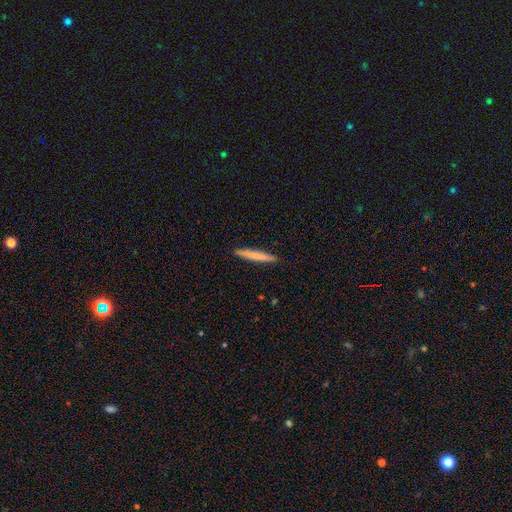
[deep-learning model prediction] Morphology: type=smooth (73%); roundness=cigar-shaped (96%); merging=none (92%).